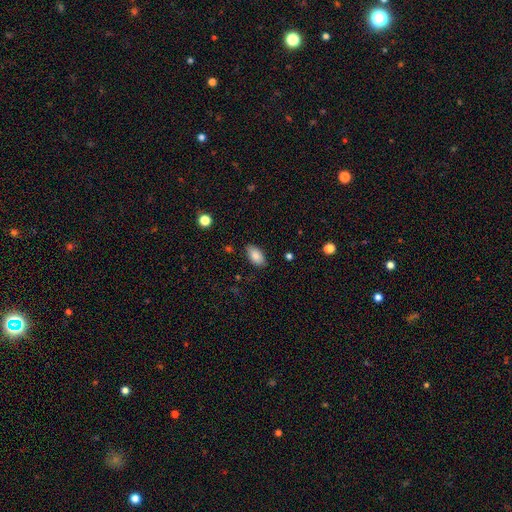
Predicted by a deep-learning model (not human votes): Smooth or featured?
  - smooth: 85% *
  - featured or disk: 8%
  - star or artifact: 7%
How rounded?
  - in between: 94% *
  - round: 4%
  - cigar-shaped: 2%
Merging?
  - none: 83% *
  - minor disturbance: 13%
  - major disturbance: 3%
  - merger: 1%